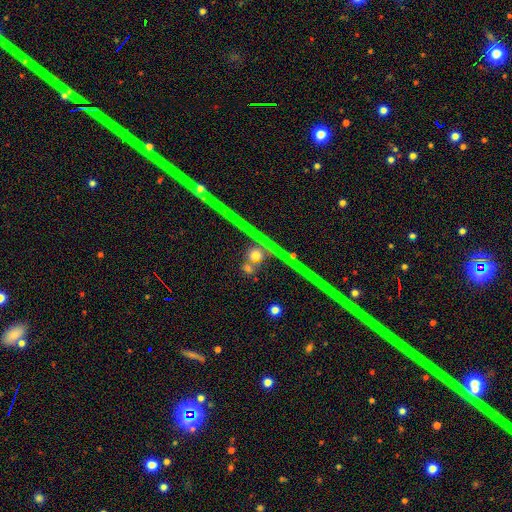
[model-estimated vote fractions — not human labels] smooth 45%, star or artifact 37%, featured or disk 17%. Down the decision tree: merging — none (69%).